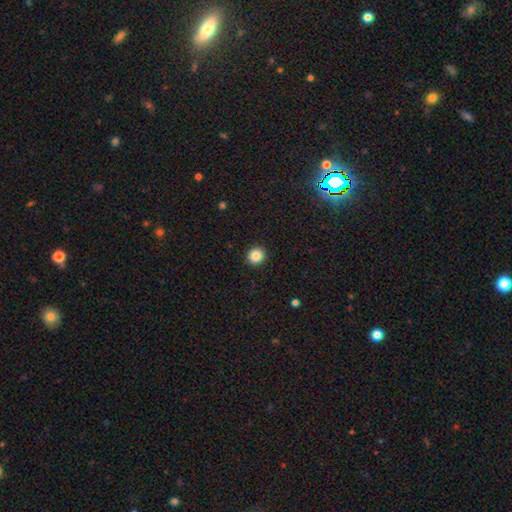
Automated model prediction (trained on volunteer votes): A smooth galaxy with no disk features (86%) that is round (90%).

Vote fractions:
- Smooth or featured? smooth: 86% / star or artifact: 10% / featured or disk: 4%
- How rounded? round: 90% / in between: 9% / cigar-shaped: 1%
- Merging? none: 92% / minor disturbance: 5% / major disturbance: 2% / merger: 1%